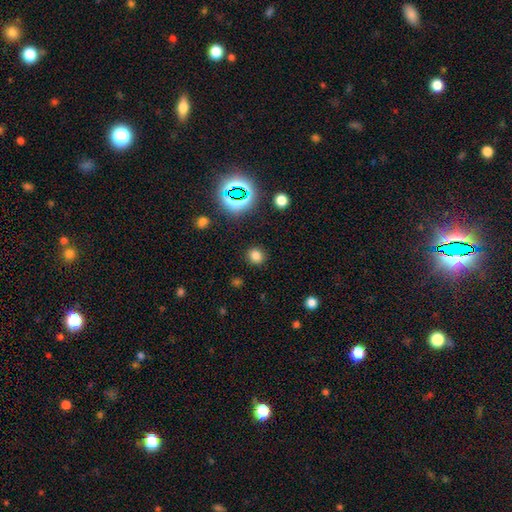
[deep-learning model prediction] This appears to be a smooth galaxy with no disk features (75%) that is round (84%). Merging: none (89%).